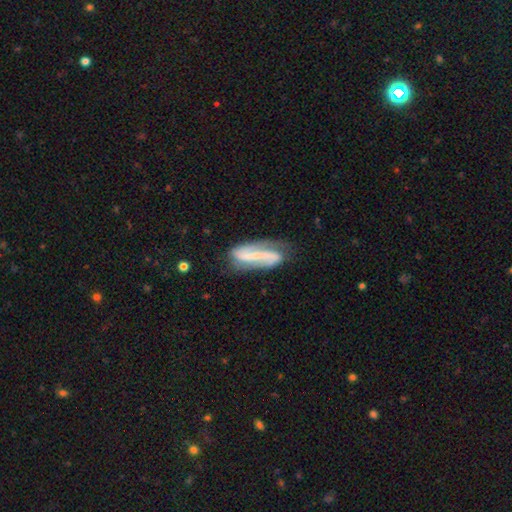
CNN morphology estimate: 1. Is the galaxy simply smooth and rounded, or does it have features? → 78% featured or disk, 15% smooth, 6% star or artifact.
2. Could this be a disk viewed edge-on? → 90% no, 10% yes.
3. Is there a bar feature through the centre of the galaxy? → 63% strong, 22% weak, 15% no.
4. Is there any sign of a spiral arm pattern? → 92% yes, 8% no.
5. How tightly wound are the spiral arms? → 46% loose, 34% medium, 20% tight.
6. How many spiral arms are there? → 86% 2, 6% 1, 5% can't tell, 1% 3, 1% 4, 1% more than 4.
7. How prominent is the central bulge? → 50% small, 32% none, 14% moderate, 2% large, 1% dominant.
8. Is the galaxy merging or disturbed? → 69% none, 20% minor disturbance, 8% major disturbance, 3% merger.